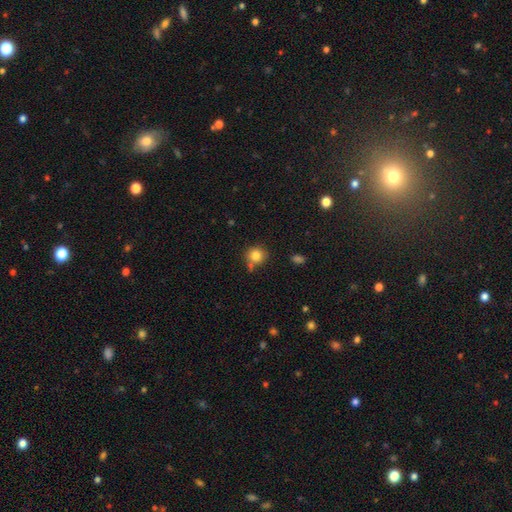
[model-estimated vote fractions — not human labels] This is clearly a smooth galaxy (82%). How rounded: clearly round (89%). Merging: likely none (71%).